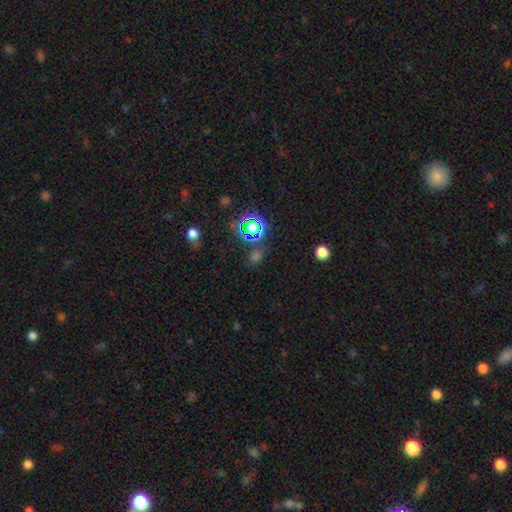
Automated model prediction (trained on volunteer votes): Q: Smooth or featured?
A: star or artifact (56%); runner-up: smooth (36%)